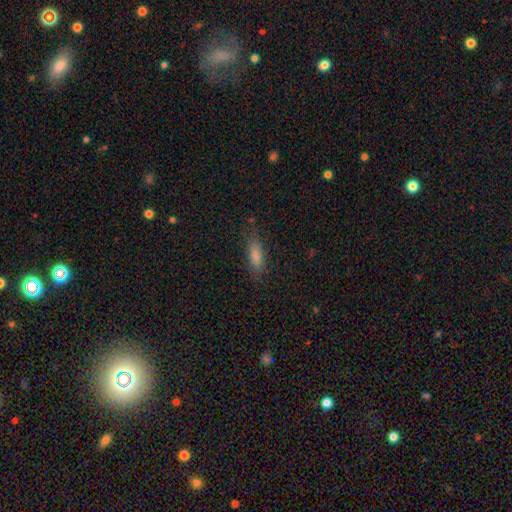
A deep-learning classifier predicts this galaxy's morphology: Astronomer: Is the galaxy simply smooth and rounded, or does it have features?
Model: smooth — 81%.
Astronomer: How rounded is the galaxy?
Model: in between — 50% (runner-up: cigar-shaped, 48%).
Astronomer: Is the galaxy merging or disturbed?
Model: none — 77%.